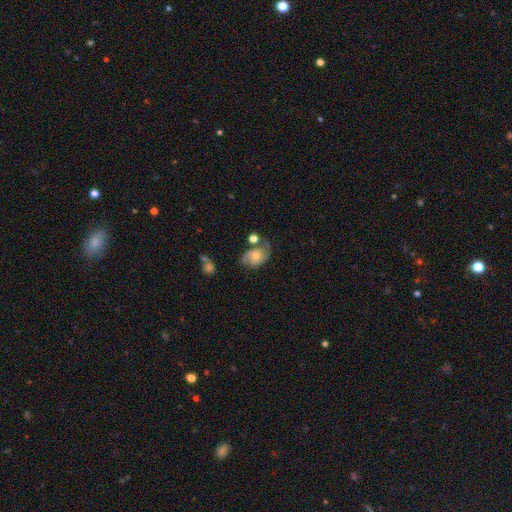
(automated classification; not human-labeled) smooth_or_featured: featured or disk (p=0.52) [alt: smooth p=0.40]
disk_edge_on: no (p=0.96) [alt: yes p=0.04]
merging: none (p=0.46) [alt: minor disturbance p=0.26]